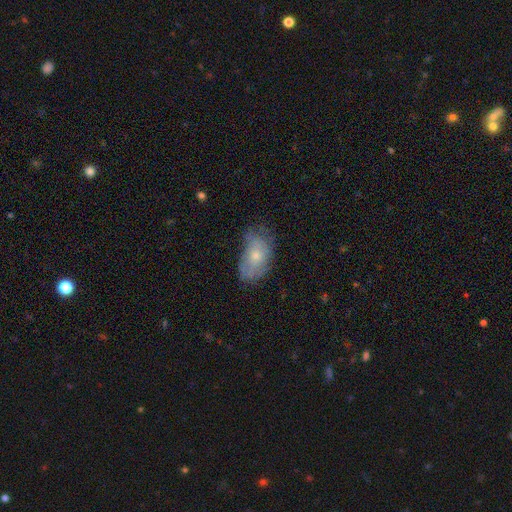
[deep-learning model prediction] This is likely a smooth galaxy (60%). How rounded: clearly in between (91%). Merging: possibly none (47%).